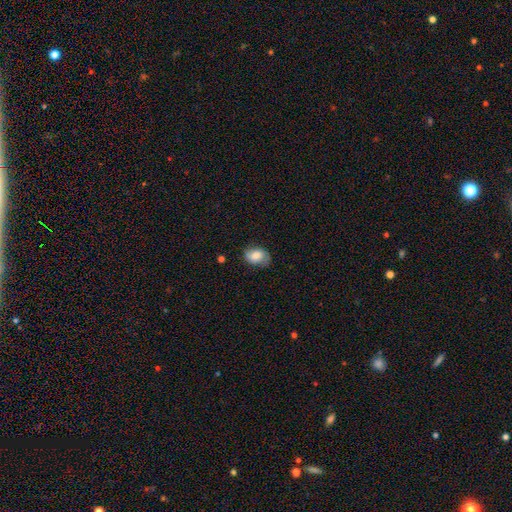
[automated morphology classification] Smooth or featured? Predicted: smooth (p=0.75). How rounded? Predicted: in between (p=0.73). Merging? Predicted: none (p=0.68).